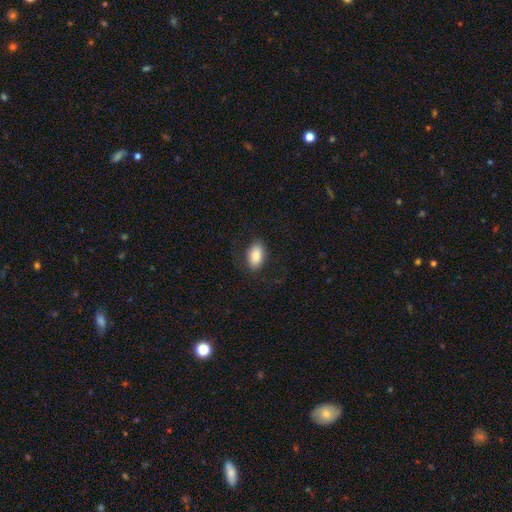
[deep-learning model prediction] A smooth galaxy with no disk features (84%) that is in between round and cigar-shaped (92%). Merging: none (83%).